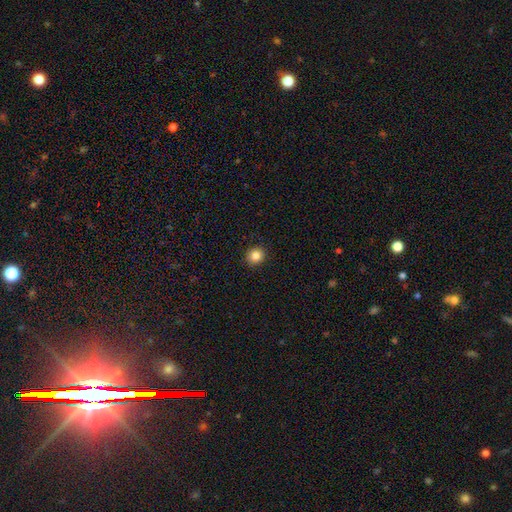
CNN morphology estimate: smooth-or-featured: smooth: 84% | star or artifact: 11% | featured or disk: 5%
  how-rounded: round: 83% | in between: 16% | cigar-shaped: 1%
  merging: none: 92% | minor disturbance: 5% | major disturbance: 2% | merger: 1%